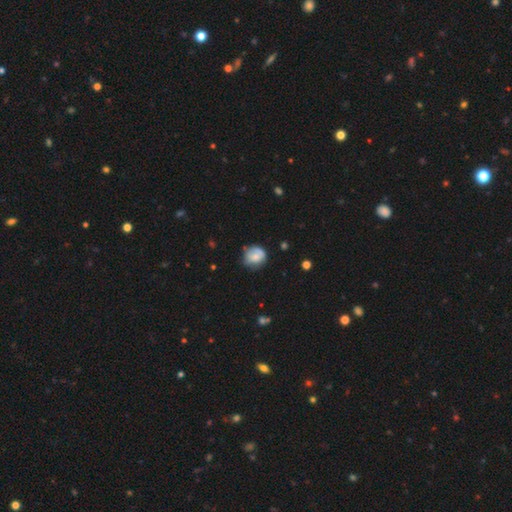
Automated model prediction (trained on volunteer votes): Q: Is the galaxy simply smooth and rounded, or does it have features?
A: smooth — 68%.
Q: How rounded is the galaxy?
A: round — 77%.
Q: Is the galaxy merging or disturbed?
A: none — 55%.